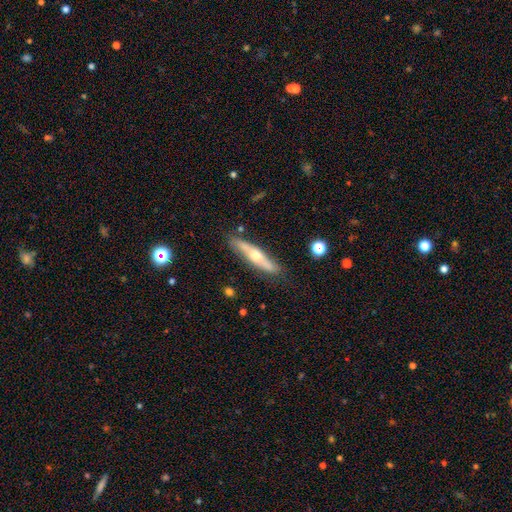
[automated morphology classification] Smooth or featured?
  - featured or disk: 57% *
  - smooth: 37%
  - star or artifact: 6%
Edge-on disk?
  - yes: 84% *
  - no: 16%
Merging?
  - none: 83% *
  - minor disturbance: 13%
  - major disturbance: 3%
  - merger: 2%